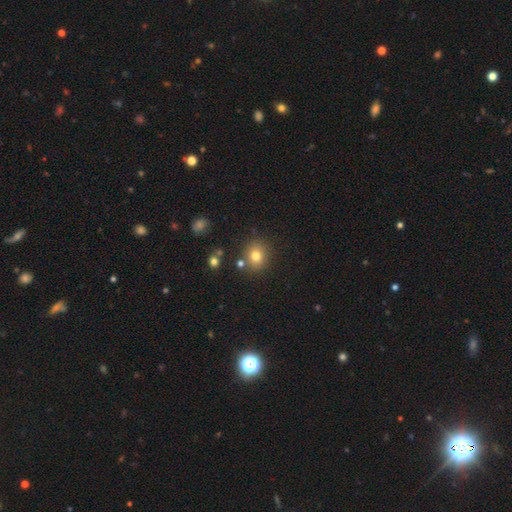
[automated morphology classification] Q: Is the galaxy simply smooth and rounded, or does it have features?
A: smooth — 77%.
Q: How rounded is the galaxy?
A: round — 79%.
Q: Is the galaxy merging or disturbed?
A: none — 80%.